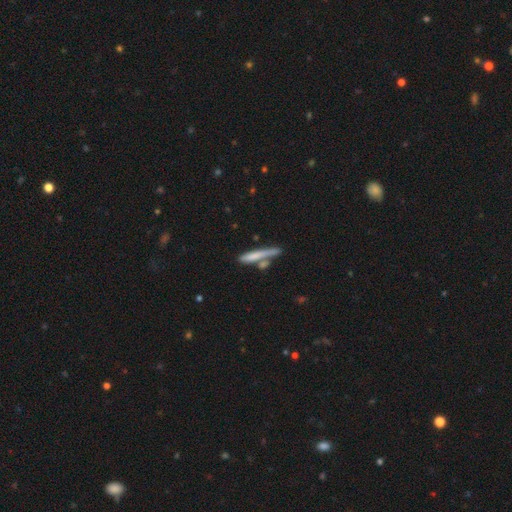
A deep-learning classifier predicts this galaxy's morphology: Overall: smooth (68%). How rounded: cigar-shaped (90%). Merging: none (58%; merger 24%).